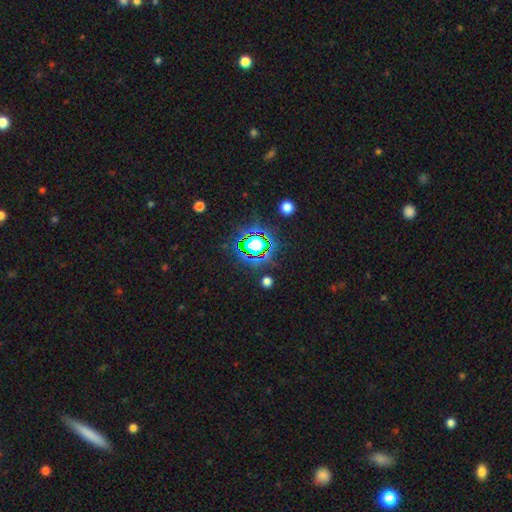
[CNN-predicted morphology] Smooth or featured: star or artifact — 78% (smooth — 14%)